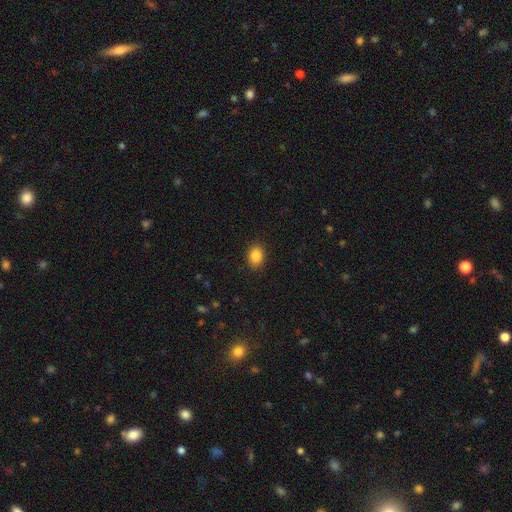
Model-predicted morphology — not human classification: This is clearly a smooth galaxy (88%). How rounded: likely in between (67%). Merging: clearly none (89%).